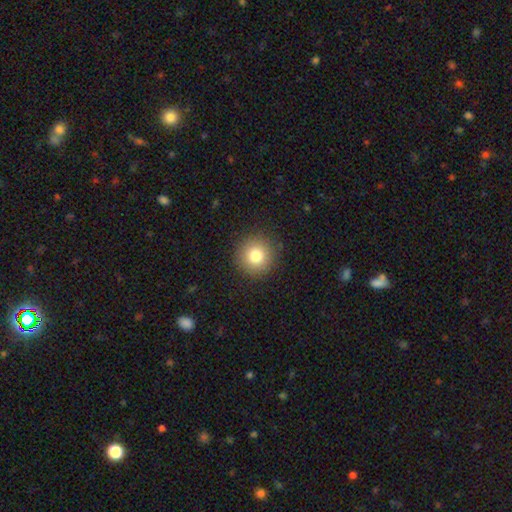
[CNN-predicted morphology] Smooth or featured: smooth — 81% (star or artifact — 11%)
How rounded: round — 95% (in between — 4%)
Merging: none — 90% (minor disturbance — 6%)